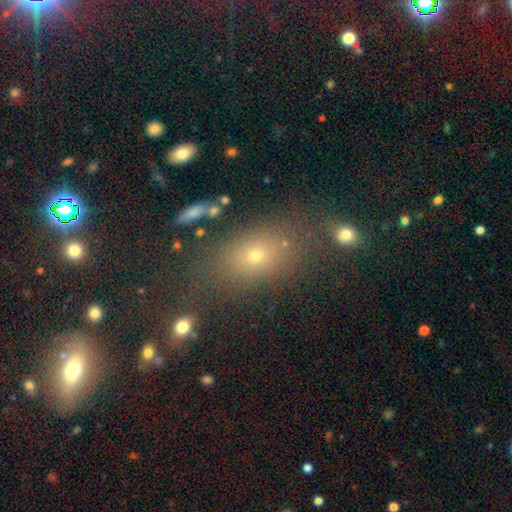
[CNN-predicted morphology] Smooth or featured? Predicted: smooth (p=0.66). How rounded? Predicted: in between (p=0.72). Merging? Predicted: none (p=0.68).